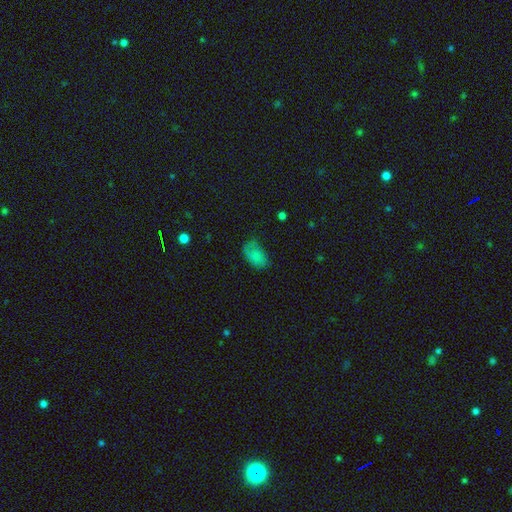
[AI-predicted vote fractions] The model was most divided on "merging": none: 54%, minor disturbance: 31%, major disturbance: 13%, merger: 2%. More confident: how rounded — in between (91%); smooth or featured — smooth (78%).